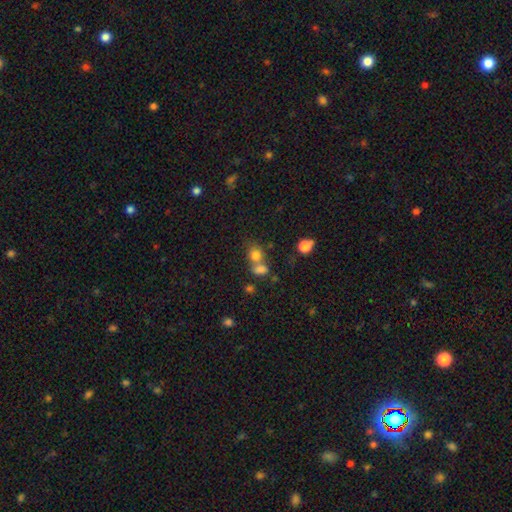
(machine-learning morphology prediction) Q: Smooth or featured?
A: smooth (77%); runner-up: star or artifact (14%)
Q: How rounded?
A: round (58%); runner-up: in between (41%)
Q: Merging?
A: merger (47%); runner-up: none (38%)